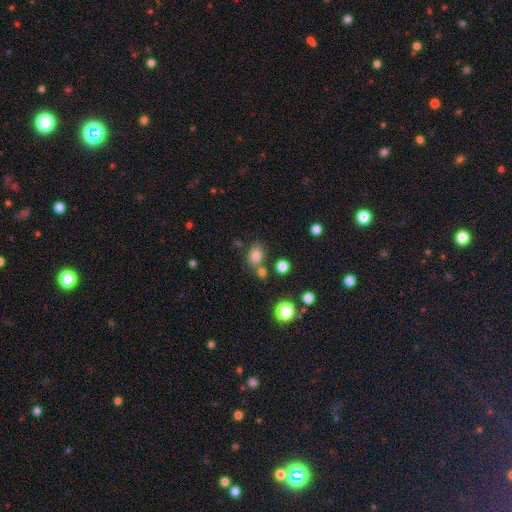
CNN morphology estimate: Q: Smooth or featured?
A: smooth (79%); runner-up: star or artifact (13%)
Q: How rounded?
A: in between (59%); runner-up: round (40%)
Q: Merging?
A: none (66%); runner-up: merger (17%)